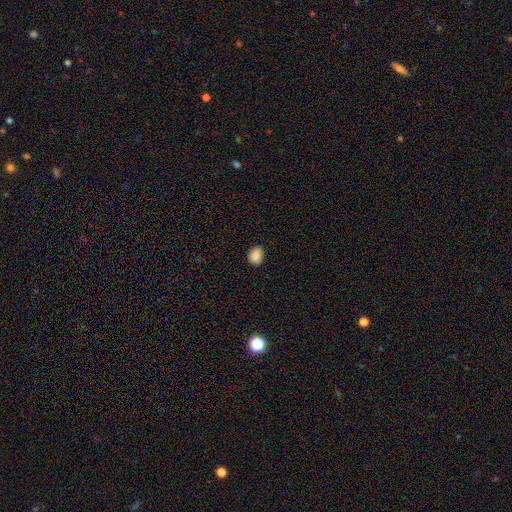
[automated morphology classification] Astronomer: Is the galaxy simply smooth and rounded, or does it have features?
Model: smooth — 88%.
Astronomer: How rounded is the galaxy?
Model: in between — 64%.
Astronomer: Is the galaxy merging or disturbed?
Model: none — 87%.